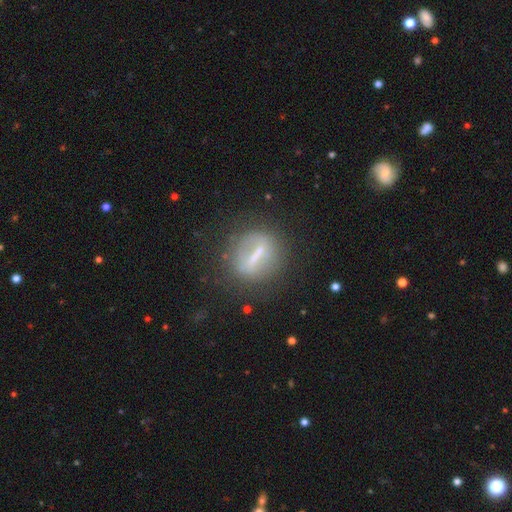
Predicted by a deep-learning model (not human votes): Smooth or featured?
  - featured or disk: 59% *
  - smooth: 30%
  - star or artifact: 11%
Edge-on disk?
  - no: 73% *
  - yes: 27%
Merging?
  - none: 76% *
  - minor disturbance: 13%
  - major disturbance: 8%
  - merger: 3%